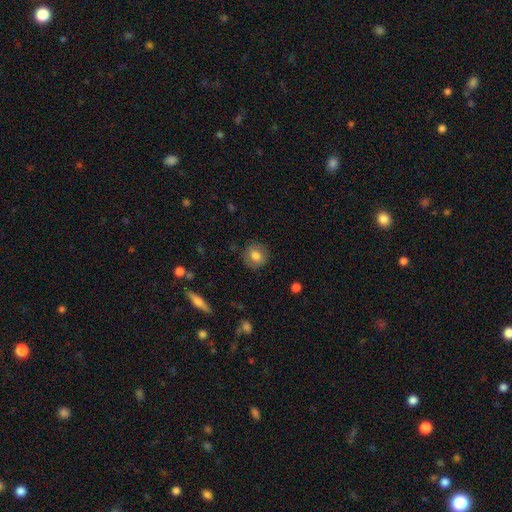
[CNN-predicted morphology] smooth_or_featured: smooth (p=0.78) [alt: featured or disk p=0.14]
how_rounded: round (p=0.87) [alt: in between p=0.12]
merging: none (p=0.86) [alt: minor disturbance p=0.10]